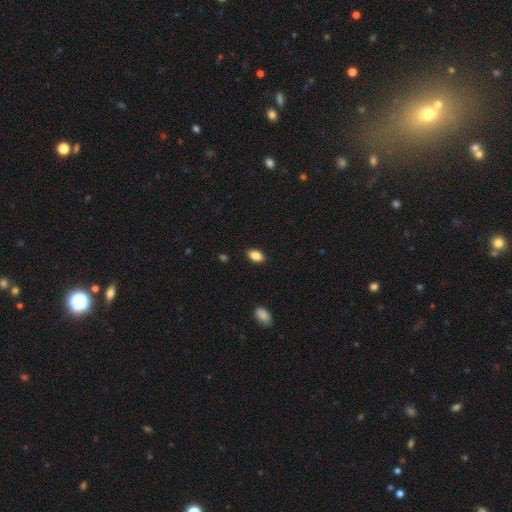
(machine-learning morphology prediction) smooth 87%, star or artifact 8%, featured or disk 4%. Down the decision tree: how rounded — in between (90%); merging — none (88%).